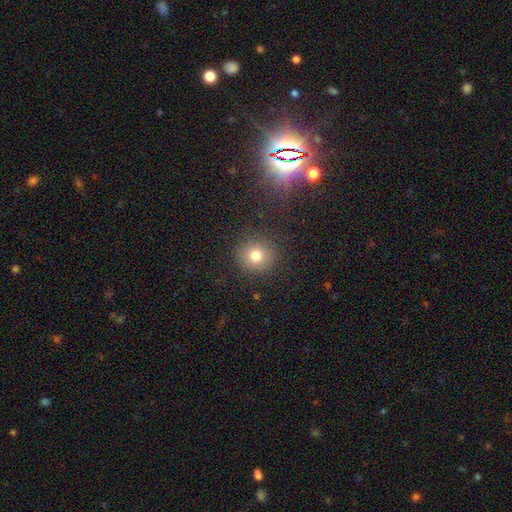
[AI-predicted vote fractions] Smooth or featured? smooth (77%)
How rounded? round (90%)
Merging? none (88%)